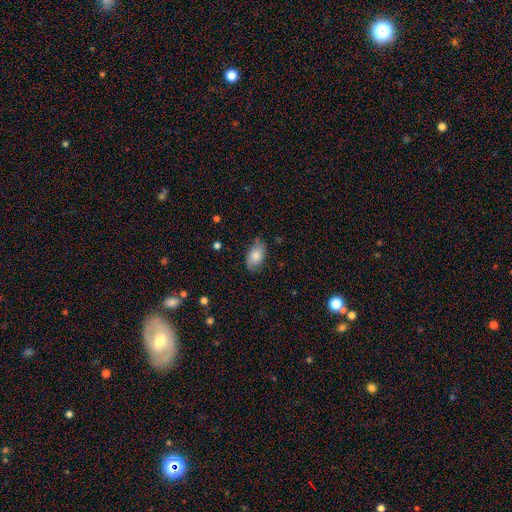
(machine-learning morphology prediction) Smooth or featured? smooth (70%)
How rounded? in between (91%)
Merging? none (69%)